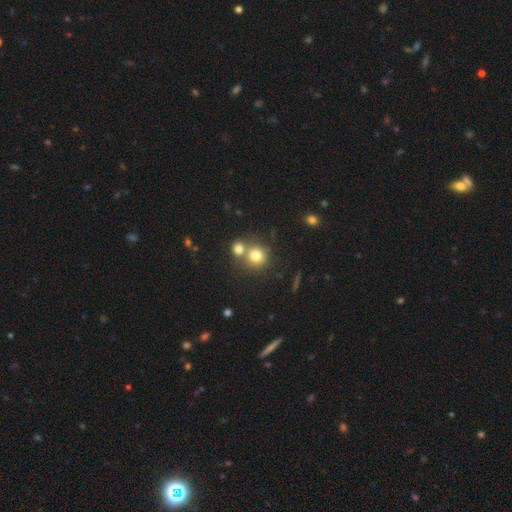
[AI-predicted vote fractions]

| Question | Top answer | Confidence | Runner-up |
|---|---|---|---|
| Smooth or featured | smooth | 76% | star or artifact (13%) |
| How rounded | round | 89% | in between (10%) |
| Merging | none | 53% | merger (37%) |